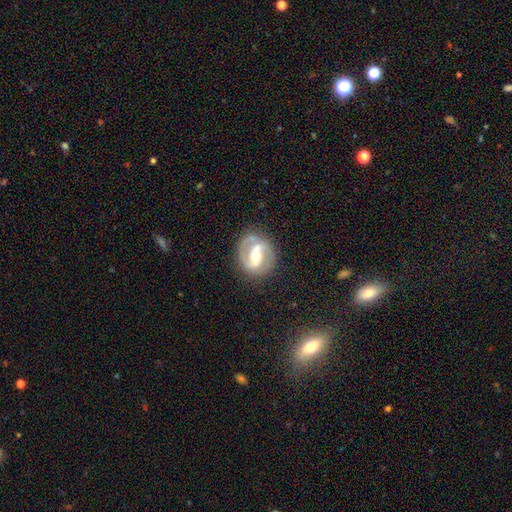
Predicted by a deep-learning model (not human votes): smooth-or-featured: featured or disk: 86% | smooth: 10% | star or artifact: 5%
  disk-edge-on: no: 97% | yes: 3%
    bar: strong: 60% | weak: 31% | no: 10%
    has-spiral-arms: yes: 90% | no: 10%
      spiral-winding: medium: 52% | tight: 26% | loose: 22%
      spiral-arm-count: 2: 88% | 1: 5% | can't tell: 4% | 3: 1% | 4: 1% | more than 4: 1%
    bulge-size: moderate: 64% | small: 26% | large: 7% | none: 1% | dominant: 1%
  merging: none: 80% | minor disturbance: 13% | major disturbance: 5% | merger: 2%